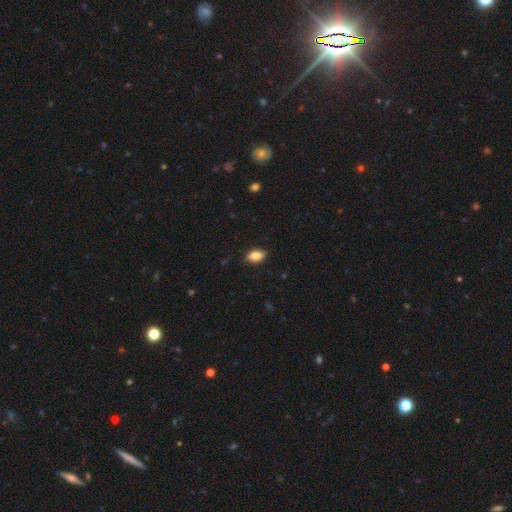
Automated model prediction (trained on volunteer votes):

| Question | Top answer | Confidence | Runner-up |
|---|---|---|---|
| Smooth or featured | smooth | 83% | featured or disk (10%) |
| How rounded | in between | 89% | round (6%) |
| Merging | none | 85% | minor disturbance (11%) |